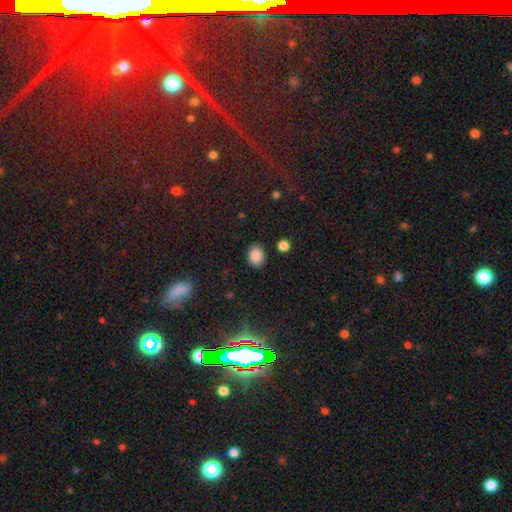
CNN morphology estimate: Smooth or featured? Predicted: smooth (p=0.86). How rounded? Predicted: round (p=0.55). Merging? Predicted: none (p=0.84).